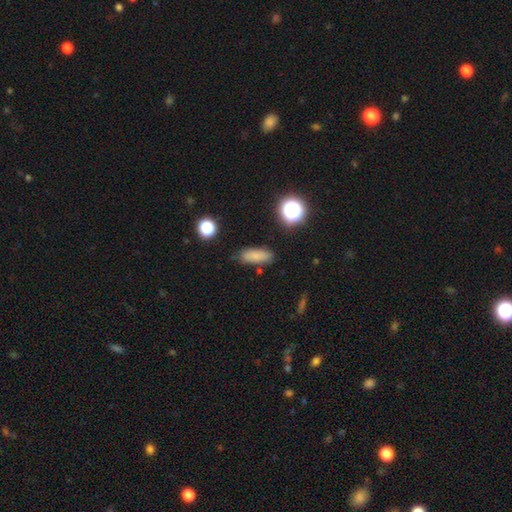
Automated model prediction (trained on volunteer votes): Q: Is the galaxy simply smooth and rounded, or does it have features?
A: smooth — 80%.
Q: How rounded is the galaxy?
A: in between — 63%.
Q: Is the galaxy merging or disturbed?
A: none — 82%.